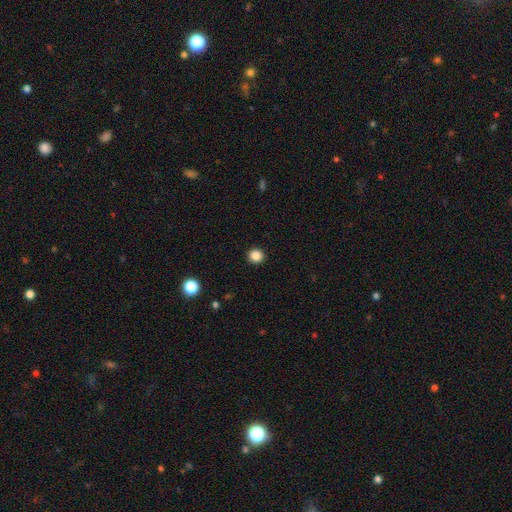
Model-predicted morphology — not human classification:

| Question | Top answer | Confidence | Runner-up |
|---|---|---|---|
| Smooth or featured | smooth | 86% | star or artifact (11%) |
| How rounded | round | 92% | in between (7%) |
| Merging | none | 93% | minor disturbance (5%) |